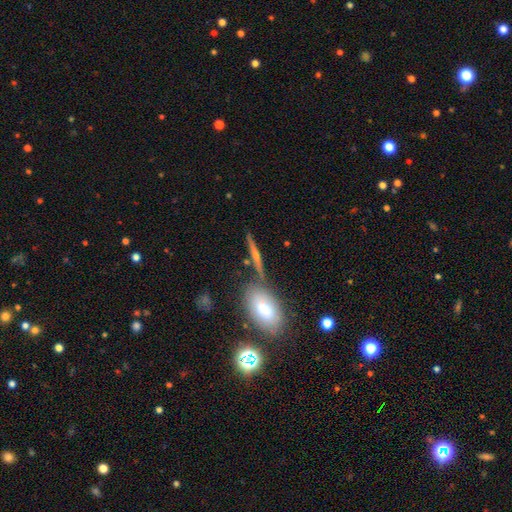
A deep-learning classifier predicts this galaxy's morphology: Smooth or featured: featured or disk — 58% (smooth — 30%)
Edge-on disk: yes — 92% (no — 8%)
Edge-on bulge: rounded — 77% (none — 14%)
Merging: none — 73% (minor disturbance — 11%)